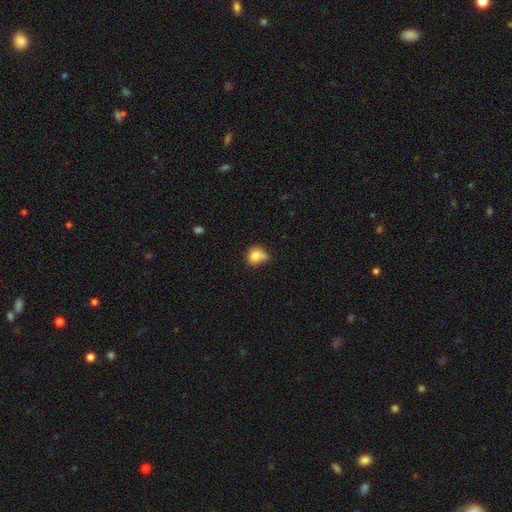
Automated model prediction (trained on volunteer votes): This appears to be a smooth galaxy with no disk features (77%) that is round (66%). Merging: none (40%).